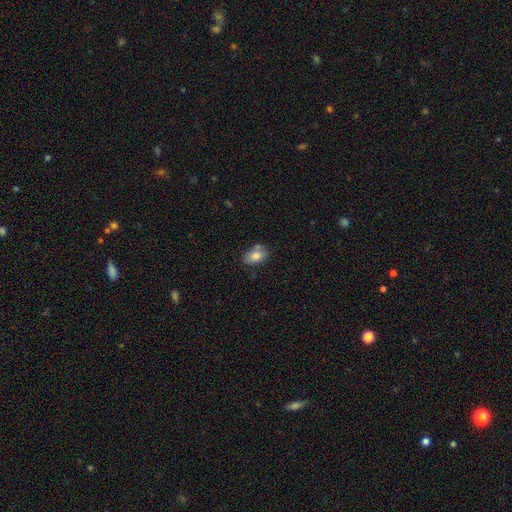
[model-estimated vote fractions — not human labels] A smooth galaxy with no disk features (80%) that is in between round and cigar-shaped (87%). Merging: none (66%).